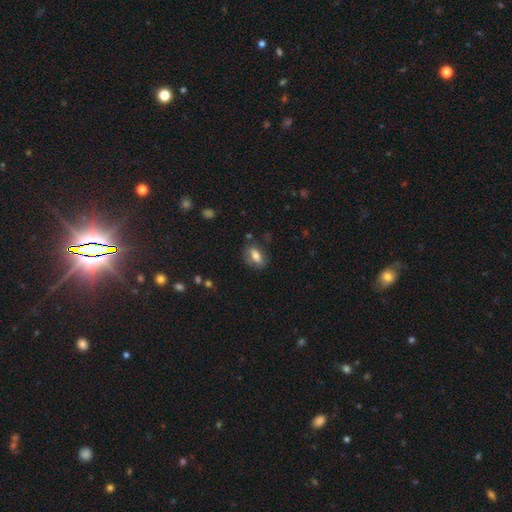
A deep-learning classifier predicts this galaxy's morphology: type=smooth (68%); roundness=in between (77%); merging=none (71%).